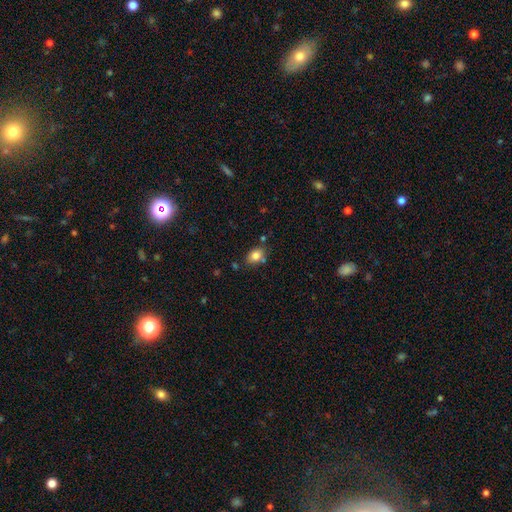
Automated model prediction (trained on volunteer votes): Overall: smooth (82%). How rounded: in between (71%). Merging: none (73%).